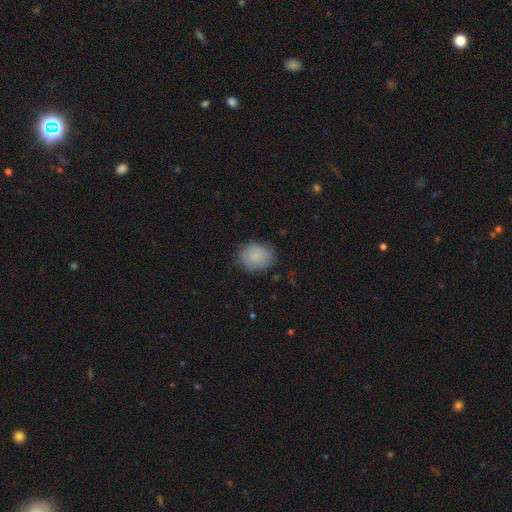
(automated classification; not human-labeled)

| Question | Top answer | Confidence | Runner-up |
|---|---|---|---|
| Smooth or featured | smooth | 82% | featured or disk (11%) |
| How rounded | round | 56% | in between (43%) |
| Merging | none | 76% | minor disturbance (18%) |